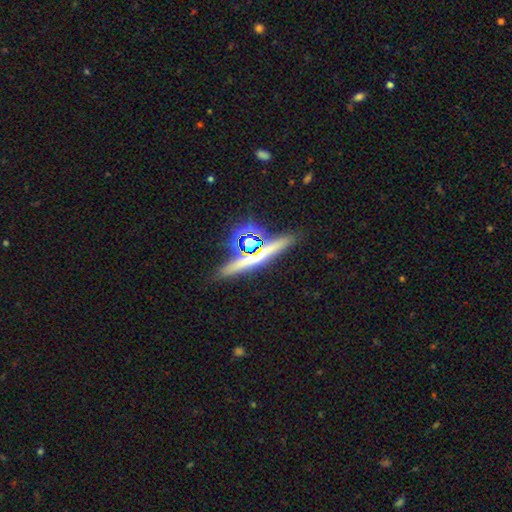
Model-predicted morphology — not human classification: Overall: smooth (39%; star or artifact 31%). Merging: none (83%).